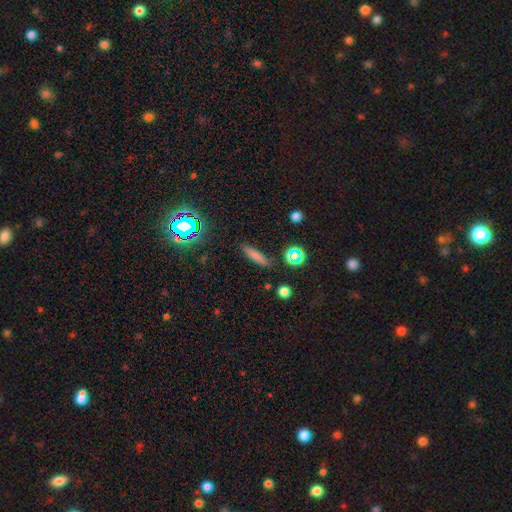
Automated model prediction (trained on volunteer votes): Smooth or featured: smooth — 72% (star or artifact — 14%)
How rounded: cigar-shaped — 80% (in between — 17%)
Merging: none — 85% (minor disturbance — 10%)